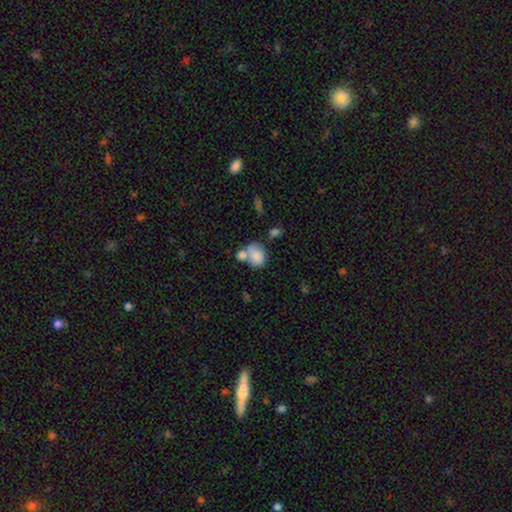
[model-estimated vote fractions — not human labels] smooth 77%, featured or disk 15%, star or artifact 8%. Down the decision tree: how rounded — in between (54%); merging — merger (49%).